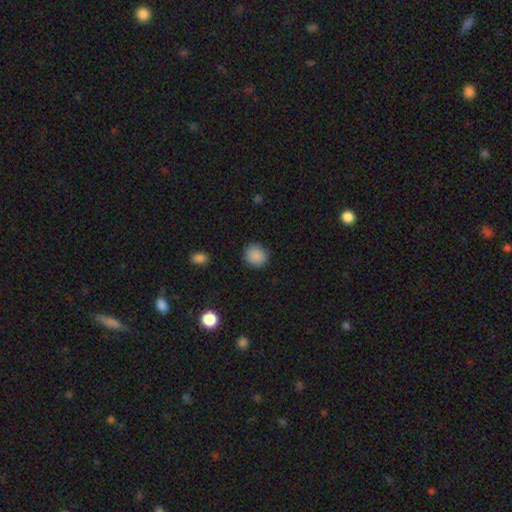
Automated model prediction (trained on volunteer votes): Smooth or featured? smooth (88%)
How rounded? round (83%)
Merging? none (88%)